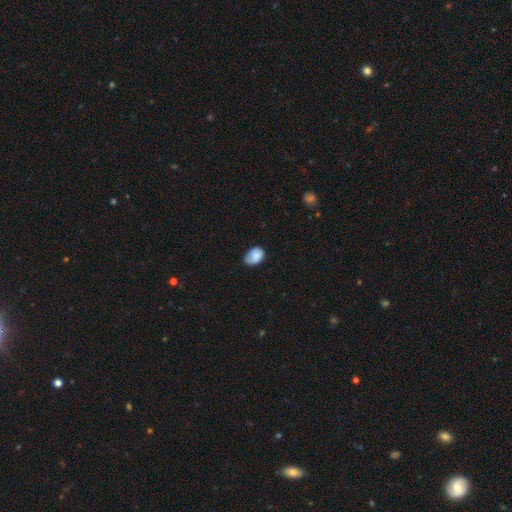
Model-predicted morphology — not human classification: smooth_or_featured: smooth (p=0.83) [alt: featured or disk p=0.09]
how_rounded: in between (p=0.78) [alt: round p=0.21]
merging: none (p=0.57) [alt: minor disturbance p=0.35]